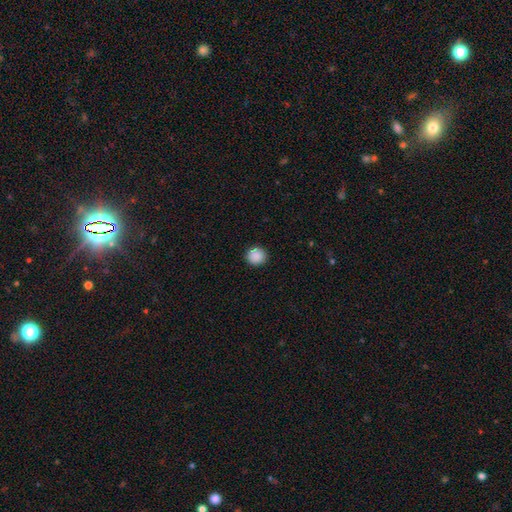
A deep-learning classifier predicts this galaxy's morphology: smooth 89%, star or artifact 8%, featured or disk 2%. Down the decision tree: how rounded — round (94%); merging — none (92%).